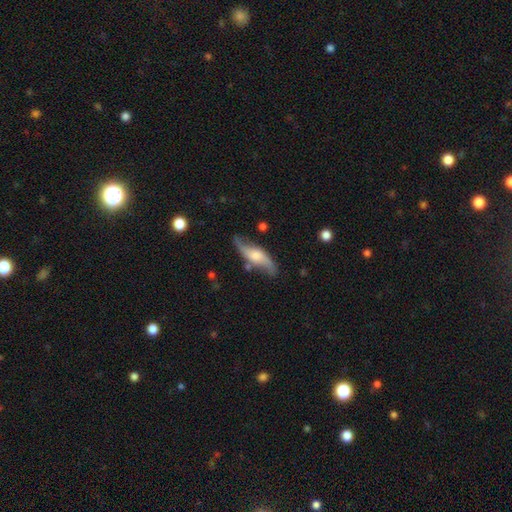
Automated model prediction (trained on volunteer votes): This appears to be a featured or disk galaxy (73%) with no bar (62%), spiral arms (92%) and a moderate central bulge (51%). Merging: none (72%).